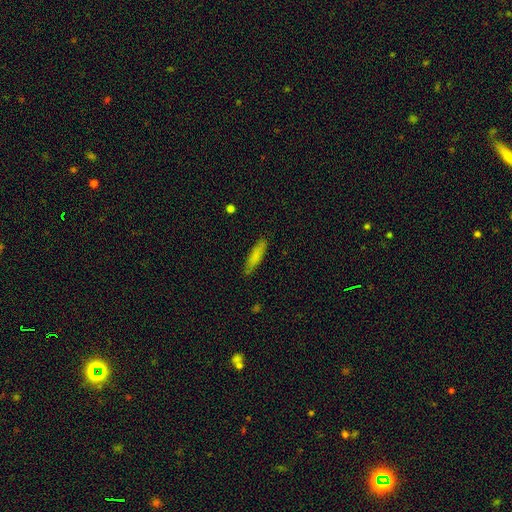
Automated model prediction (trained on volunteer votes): Smooth or featured: smooth — 80% (featured or disk — 13%)
How rounded: cigar-shaped — 79% (in between — 19%)
Merging: none — 85% (minor disturbance — 12%)